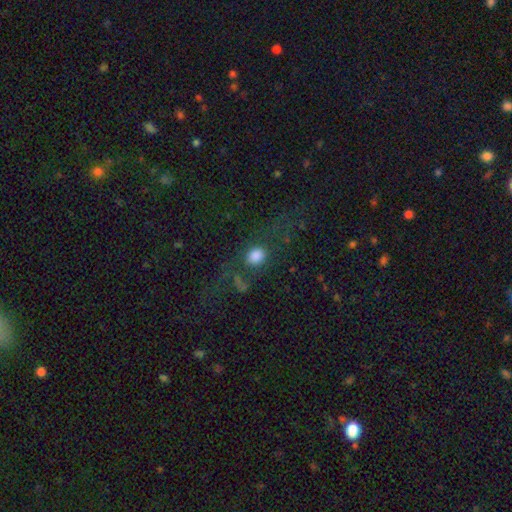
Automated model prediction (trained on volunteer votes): smooth 74%, featured or disk 13%, star or artifact 13%. Down the decision tree: how rounded — round (50%); merging — none (58%).